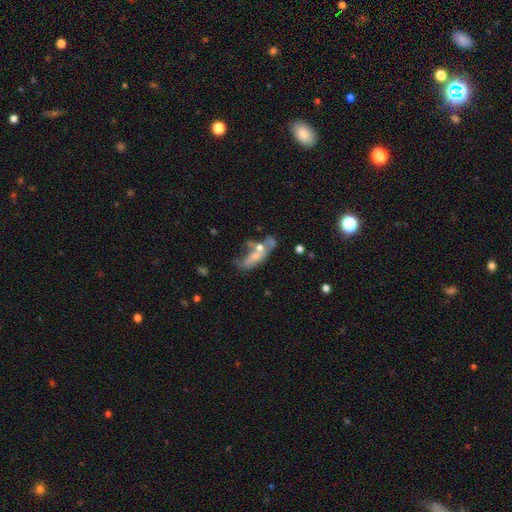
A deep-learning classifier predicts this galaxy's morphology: Smooth or featured?
  - featured or disk: 46% *
  - smooth: 42%
  - star or artifact: 12%
Merging?
  - none: 30% *
  - merger: 29%
  - major disturbance: 21%
  - minor disturbance: 20%